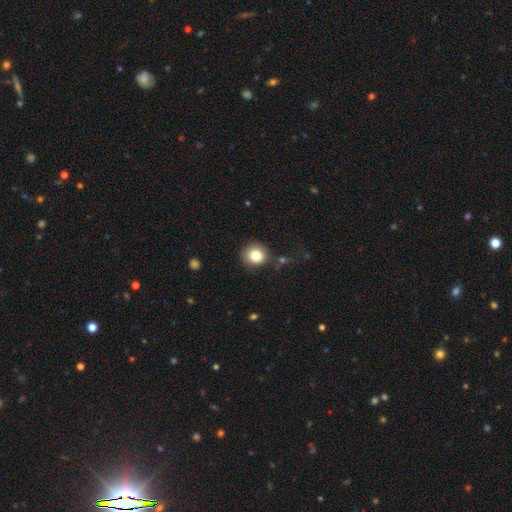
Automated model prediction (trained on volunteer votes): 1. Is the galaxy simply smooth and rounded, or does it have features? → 82% smooth, 10% star or artifact, 8% featured or disk.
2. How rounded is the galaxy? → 90% round, 10% in between, 1% cigar-shaped.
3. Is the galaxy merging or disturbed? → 81% none, 12% minor disturbance, 4% major disturbance, 3% merger.